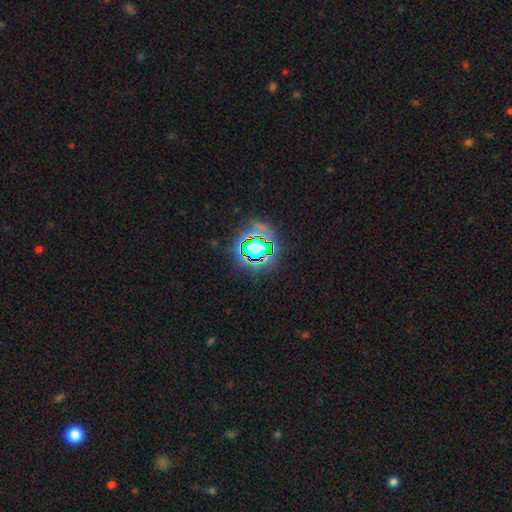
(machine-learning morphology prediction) star or artifact 80%, smooth 13%, featured or disk 7%.